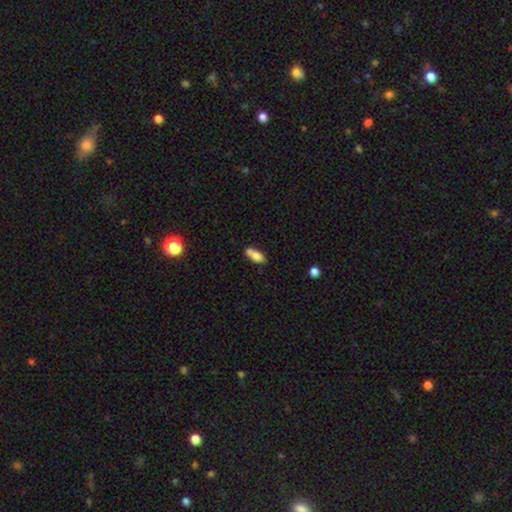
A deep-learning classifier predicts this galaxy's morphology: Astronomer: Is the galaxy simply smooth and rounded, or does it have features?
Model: smooth — 75%.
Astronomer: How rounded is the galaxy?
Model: in between — 82%.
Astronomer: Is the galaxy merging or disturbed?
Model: none — 45% (runner-up: merger, 30%).